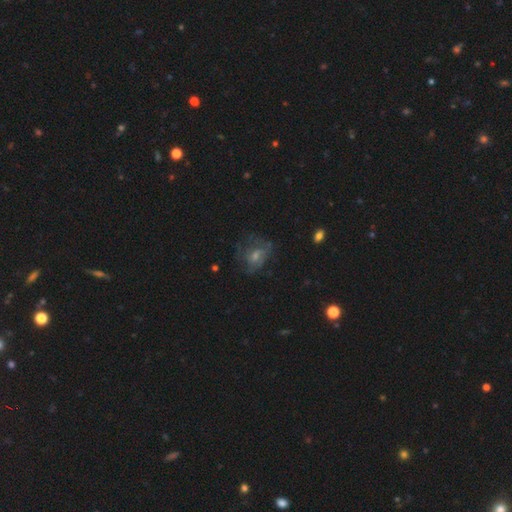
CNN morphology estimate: A featured or disk galaxy (46%).

Vote fractions:
- Smooth or featured? featured or disk: 46% / smooth: 32% / star or artifact: 22%
- Merging? none: 58% / minor disturbance: 21% / major disturbance: 19% / merger: 2%